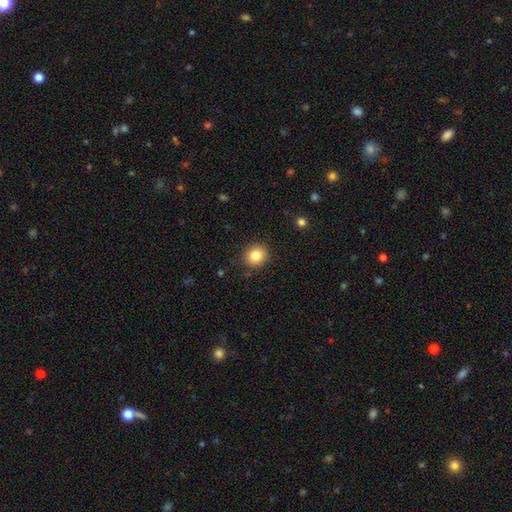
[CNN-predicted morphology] smooth-or-featured: smooth: 84% | star or artifact: 10% | featured or disk: 6%
  how-rounded: round: 82% | in between: 17% | cigar-shaped: 1%
  merging: none: 88% | minor disturbance: 9% | major disturbance: 2% | merger: 1%